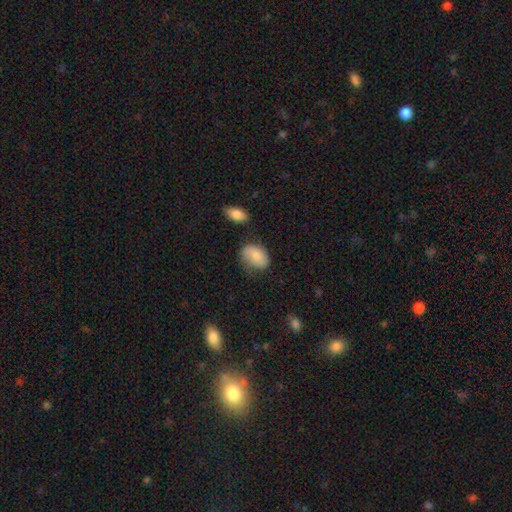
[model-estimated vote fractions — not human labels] Smooth or featured? Predicted: smooth (p=0.72). How rounded? Predicted: in between (p=0.78). Merging? Predicted: none (p=0.53).